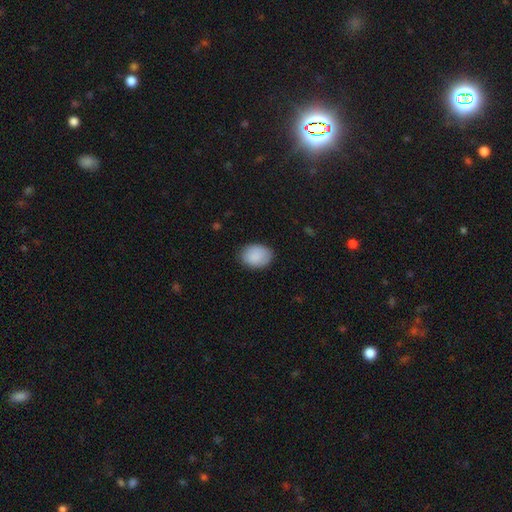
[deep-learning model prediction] This appears to be a smooth galaxy with no disk features (90%) that is in between round and cigar-shaped (72%). Merging: none (84%).